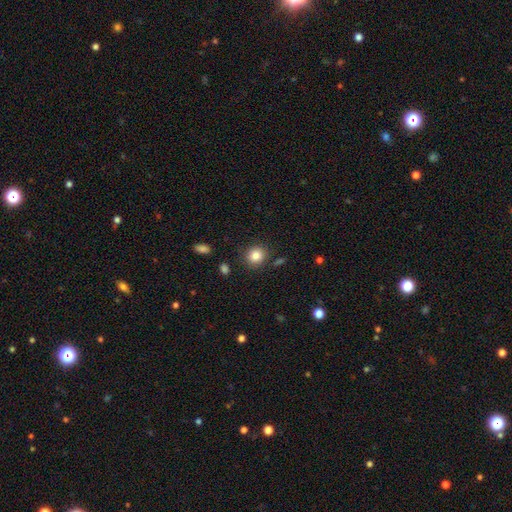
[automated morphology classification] smooth 84%, star or artifact 10%, featured or disk 6%. Down the decision tree: how rounded — round (83%); merging — none (85%).